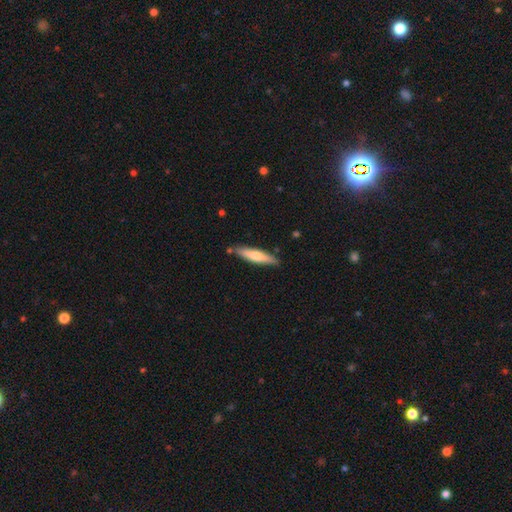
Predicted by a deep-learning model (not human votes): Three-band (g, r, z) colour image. It shows a smooth galaxy with no disk features (58%) that is cigar-shaped (85%). Merging: none (83%).